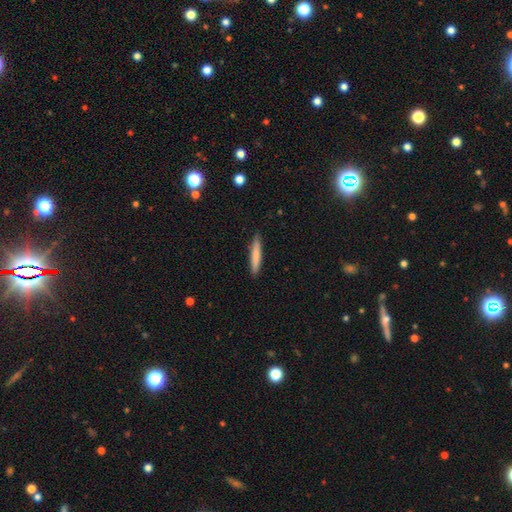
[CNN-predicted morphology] Smooth or featured: smooth — 78% (featured or disk — 17%)
How rounded: cigar-shaped — 93% (in between — 6%)
Merging: none — 89% (minor disturbance — 8%)